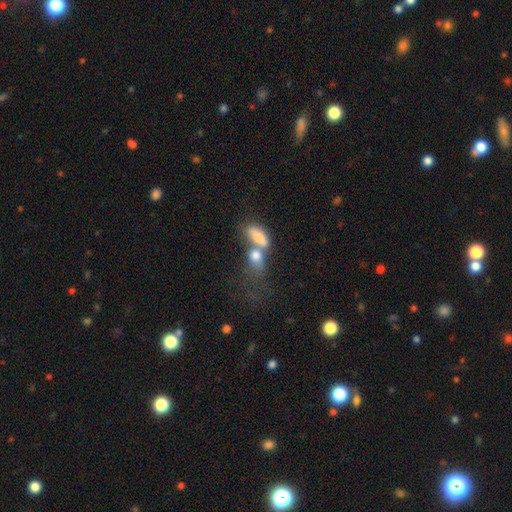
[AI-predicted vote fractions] This appears to be a smooth galaxy with no disk features (74%) that is in between round and cigar-shaped (75%). Merging: merger (68%).